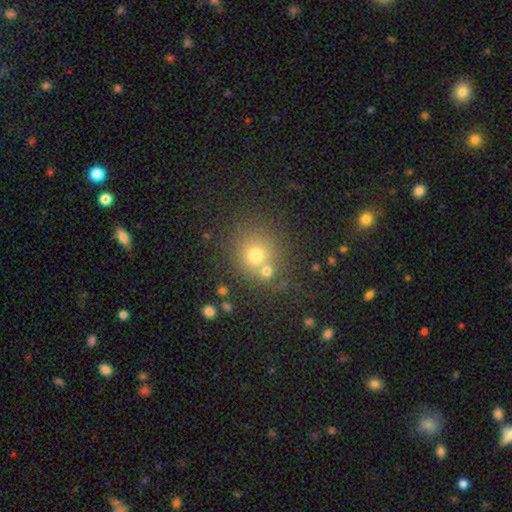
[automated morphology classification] type=smooth (70%); roundness=round (86%); merging=none (61%).